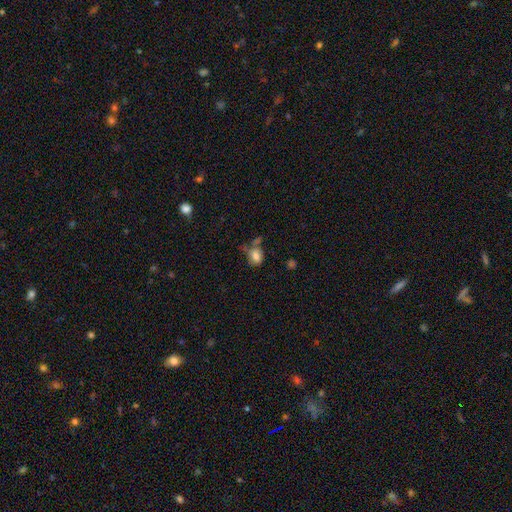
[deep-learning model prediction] smooth 76%, featured or disk 14%, star or artifact 11%. Down the decision tree: how rounded — in between (62%); merging — none (38%).